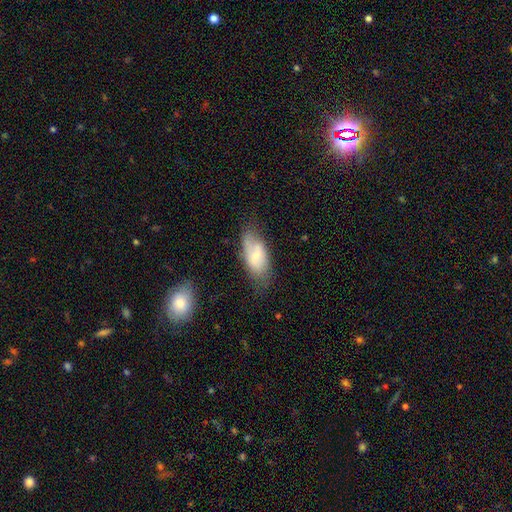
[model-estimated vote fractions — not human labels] smooth-or-featured: smooth: 53% | featured or disk: 40% | star or artifact: 7%
  how-rounded: in between: 87% | cigar-shaped: 10% | round: 3%
  merging: none: 57% | minor disturbance: 29% | major disturbance: 11% | merger: 3%